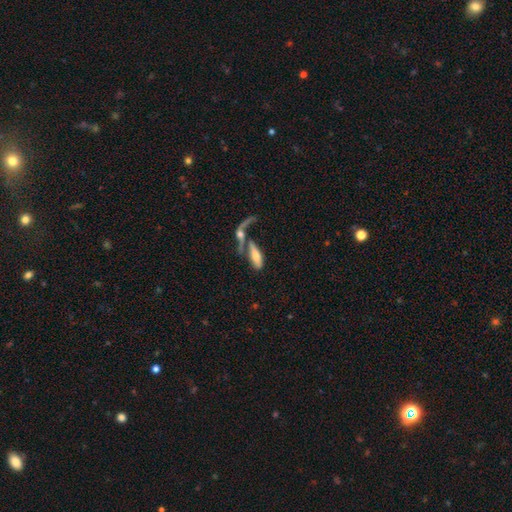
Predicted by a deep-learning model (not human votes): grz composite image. It shows a smooth galaxy with no disk features (56%) that is in between round and cigar-shaped (58%). Merging: merger (53%).